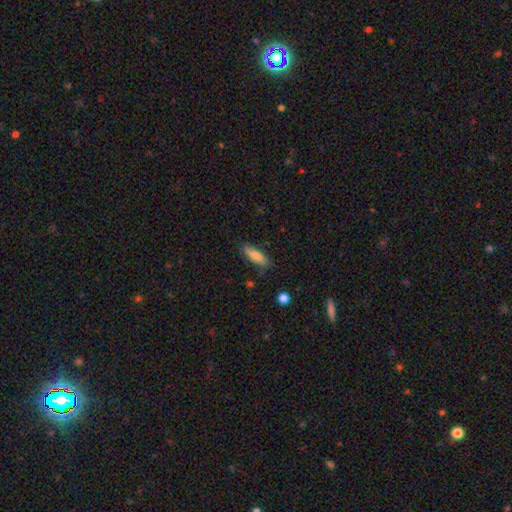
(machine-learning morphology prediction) Smooth or featured: smooth — 84% (featured or disk — 9%)
How rounded: in between — 51% (cigar-shaped — 47%)
Merging: none — 82% (minor disturbance — 13%)